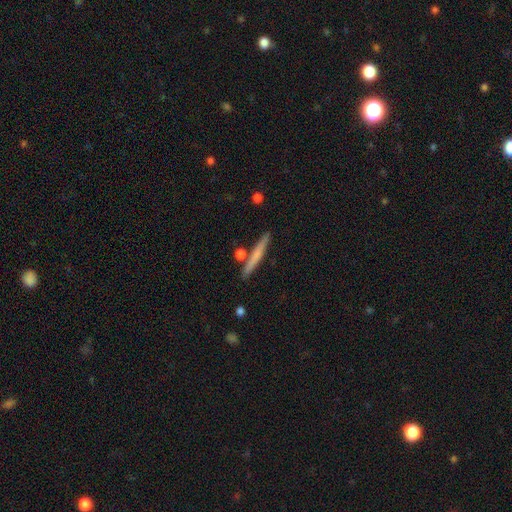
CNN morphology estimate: Smooth or featured? Predicted: smooth (p=0.57). How rounded? Predicted: cigar-shaped (p=0.95). Merging? Predicted: none (p=0.85).